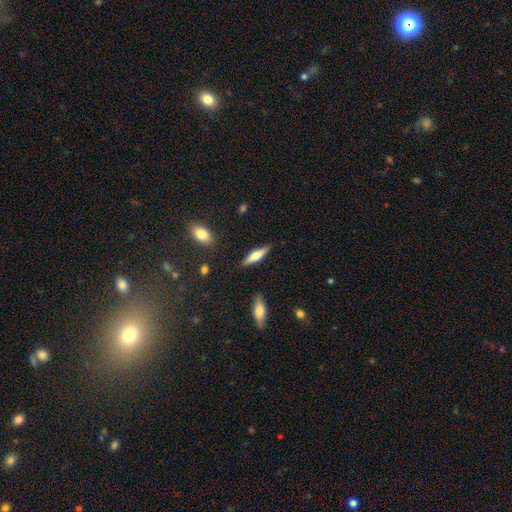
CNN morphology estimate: This is possibly a smooth galaxy (51%). How rounded: likely cigar-shaped (71%). Merging: clearly none (87%).